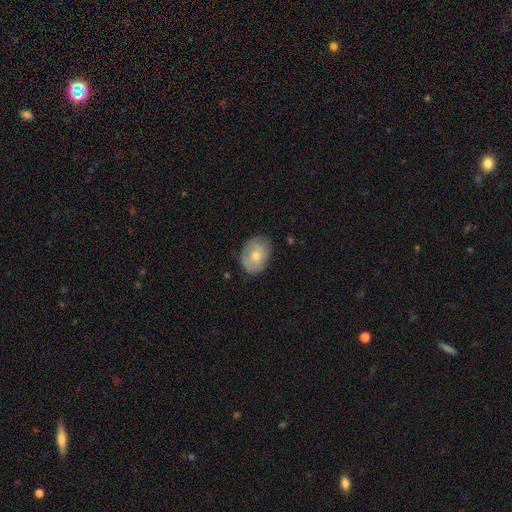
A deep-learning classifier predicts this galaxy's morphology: A smooth galaxy with no disk features (66%) that is in between round and cigar-shaped (75%).

Vote fractions:
- Smooth or featured? smooth: 66% / featured or disk: 27% / star or artifact: 7%
- How rounded? in between: 75% / round: 24% / cigar-shaped: 1%
- Merging? none: 72% / minor disturbance: 22% / major disturbance: 5% / merger: 1%